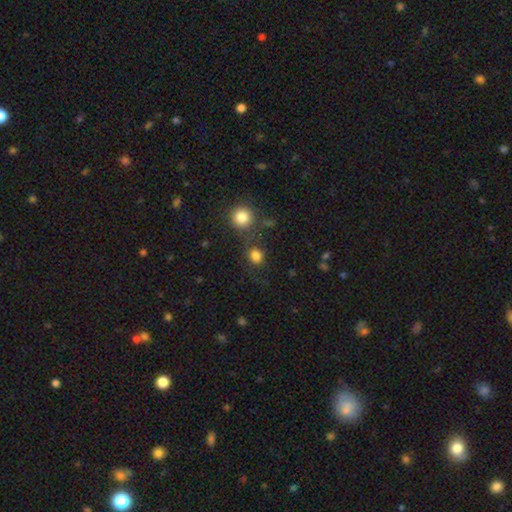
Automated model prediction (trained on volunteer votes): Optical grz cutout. It shows a smooth galaxy with no disk features (81%) that is round (71%). Merging: none (68%).